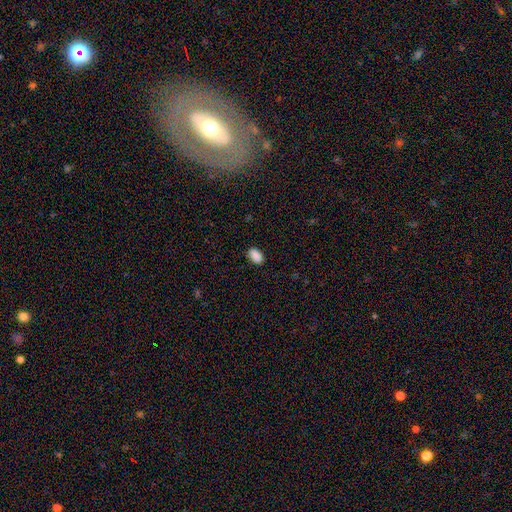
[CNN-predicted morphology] Overall: smooth (88%). How rounded: in between (92%). Merging: none (87%).